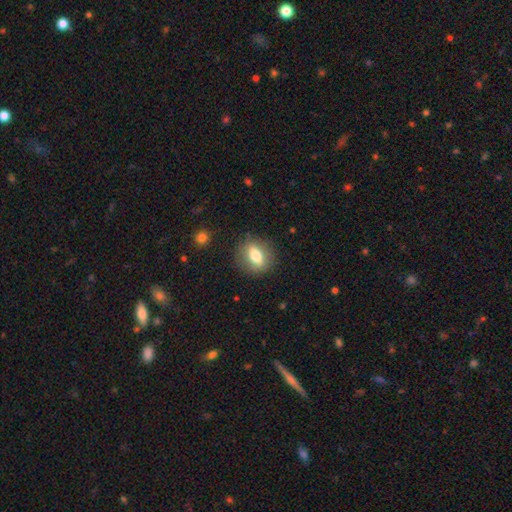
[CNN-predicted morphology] The model was most divided on "how rounded": in between: 57%, round: 37%, cigar-shaped: 5%. More confident: merging — none (85%); smooth or featured — smooth (70%).